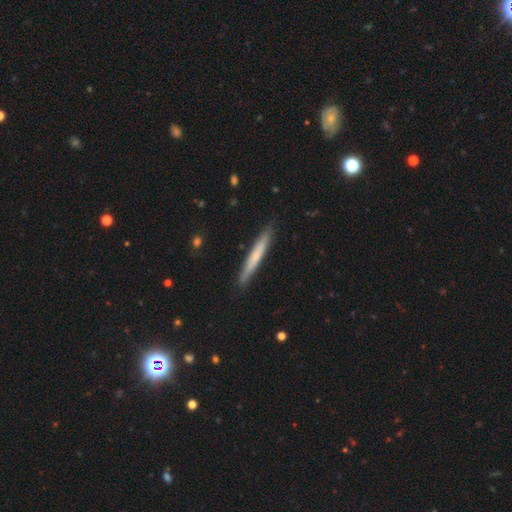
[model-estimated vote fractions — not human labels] This is likely a smooth galaxy (62%). How rounded: clearly cigar-shaped (96%). Merging: clearly none (89%).